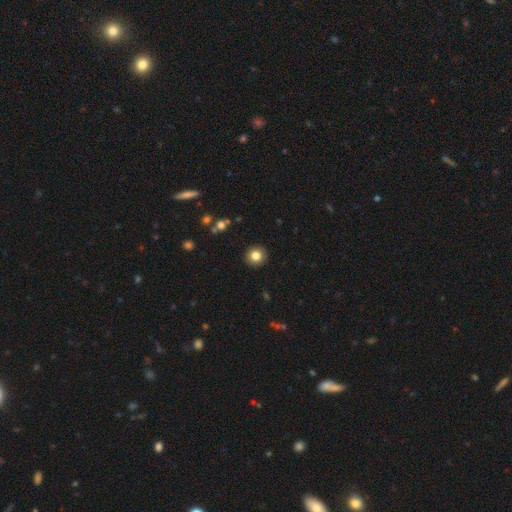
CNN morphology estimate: smooth_or_featured: smooth (p=0.82) [alt: star or artifact p=0.10]
how_rounded: round (p=0.92) [alt: in between p=0.08]
merging: none (p=0.92) [alt: minor disturbance p=0.05]